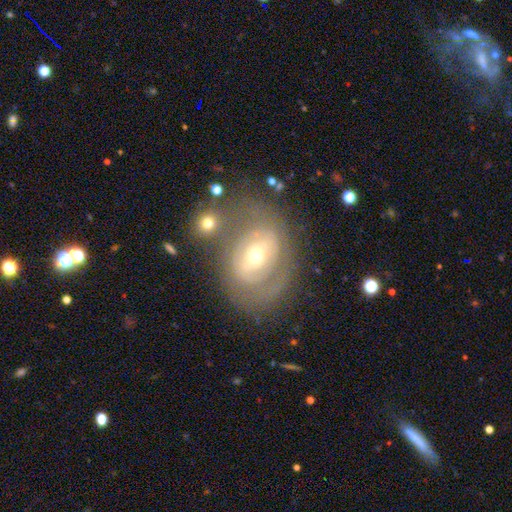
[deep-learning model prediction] A featured or disk galaxy (66%) with no bar (39%), spiral arms (50%, tied with no) and a small central bulge (52%). Merging: none (56%).